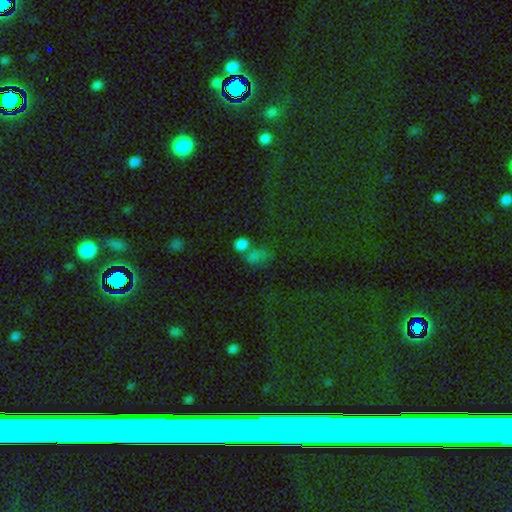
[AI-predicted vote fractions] smooth-or-featured: smooth: 65% | star or artifact: 26% | featured or disk: 9%
  how-rounded: in between: 59% | round: 38% | cigar-shaped: 2%
  merging: merger: 38% | none: 37% | minor disturbance: 13% | major disturbance: 11%